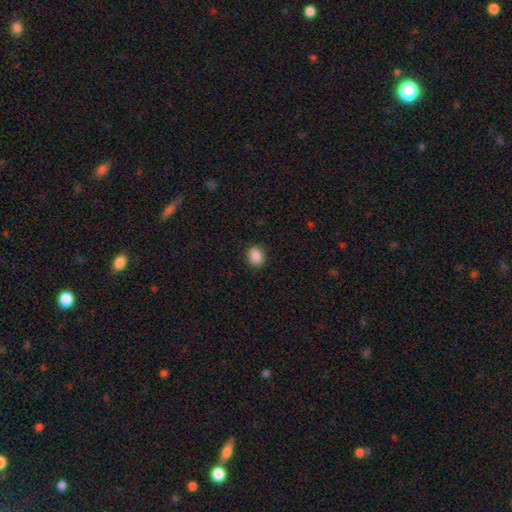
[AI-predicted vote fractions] The model was most divided on "how rounded": round: 51%, in between: 48%, cigar-shaped: 1%. More confident: merging — none (88%); smooth or featured — smooth (88%).